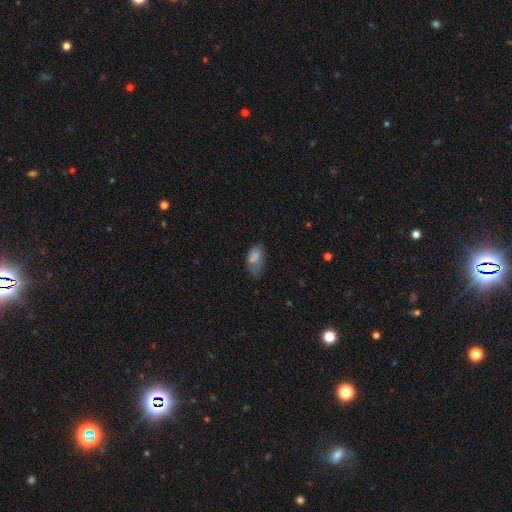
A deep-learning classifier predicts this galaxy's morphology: This appears to be a smooth galaxy with no disk features (72%) that is in between round and cigar-shaped (89%). Merging: none (46%).